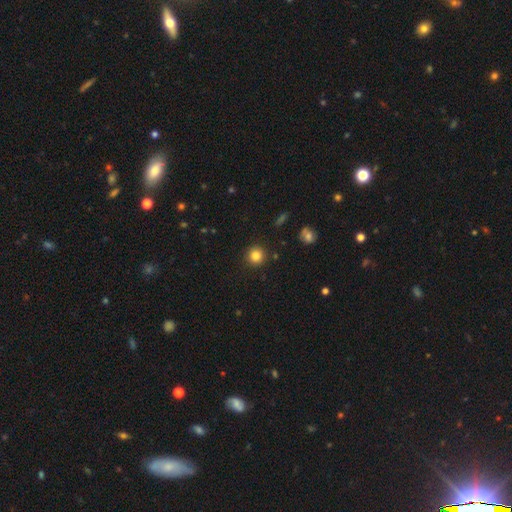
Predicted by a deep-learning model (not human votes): smooth_or_featured: smooth (p=0.83) [alt: star or artifact p=0.11]
how_rounded: round (p=0.94) [alt: in between p=0.05]
merging: none (p=0.90) [alt: minor disturbance p=0.06]